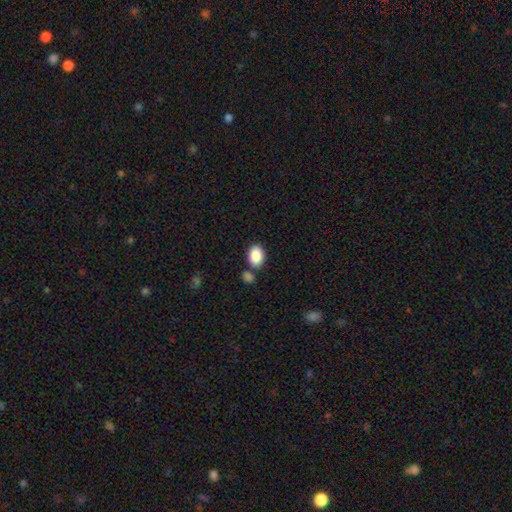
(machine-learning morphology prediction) A smooth galaxy with no disk features (88%) that is in between round and cigar-shaped (80%). Merging: none (71%).